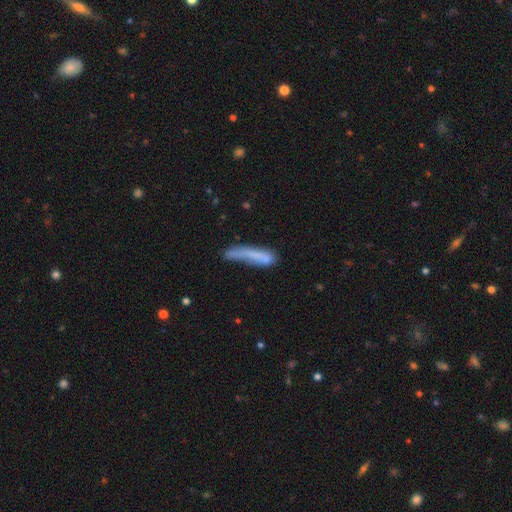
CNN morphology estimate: smooth_or_featured: smooth (p=0.67) [alt: featured or disk p=0.24]
how_rounded: cigar-shaped (p=0.85) [alt: in between p=0.13]
merging: none (p=0.44) [alt: minor disturbance p=0.27]